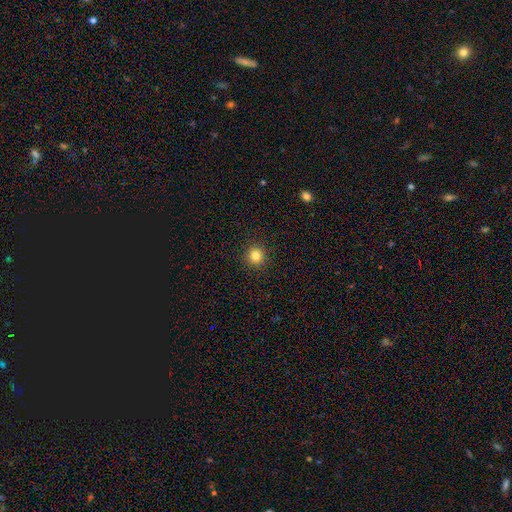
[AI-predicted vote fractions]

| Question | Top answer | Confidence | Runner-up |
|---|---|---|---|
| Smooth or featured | smooth | 82% | star or artifact (12%) |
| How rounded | round | 95% | in between (4%) |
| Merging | none | 93% | minor disturbance (5%) |